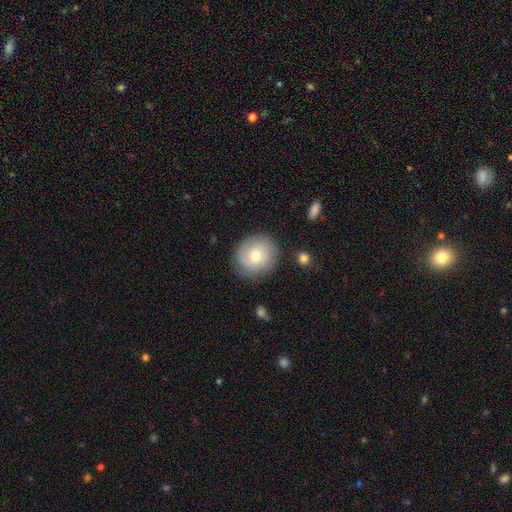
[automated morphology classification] Smooth or featured: smooth — 56% (featured or disk — 36%)
How rounded: round — 88% (in between — 11%)
Merging: none — 83% (minor disturbance — 12%)